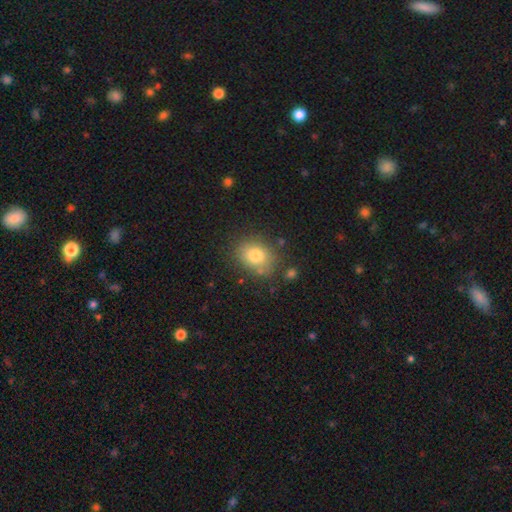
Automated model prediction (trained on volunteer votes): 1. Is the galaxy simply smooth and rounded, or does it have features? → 78% smooth, 11% featured or disk, 11% star or artifact.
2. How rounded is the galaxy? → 55% in between, 44% round, 1% cigar-shaped.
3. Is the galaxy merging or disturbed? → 78% none, 14% minor disturbance, 4% major disturbance, 4% merger.